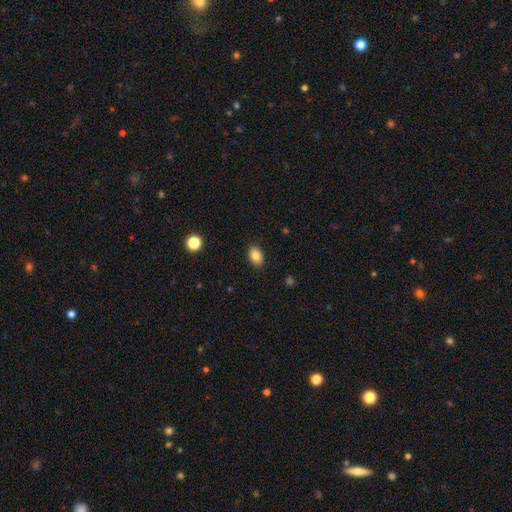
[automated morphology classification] Q: Smooth or featured?
A: smooth (84%); runner-up: star or artifact (9%)
Q: How rounded?
A: in between (80%); runner-up: round (18%)
Q: Merging?
A: none (87%); runner-up: minor disturbance (10%)